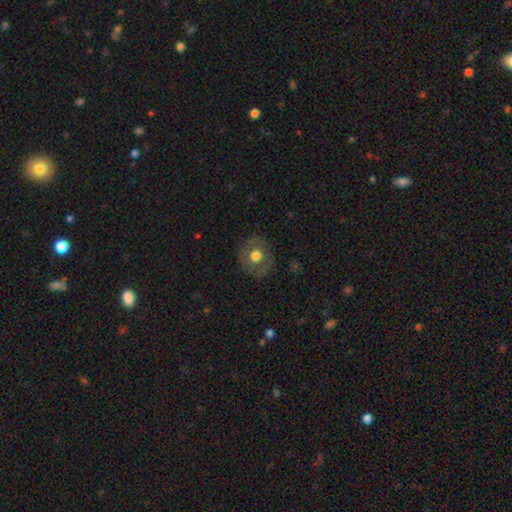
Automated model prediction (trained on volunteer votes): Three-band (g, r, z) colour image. It shows a smooth galaxy with no disk features (56%) that is round (78%). Merging: none (82%).